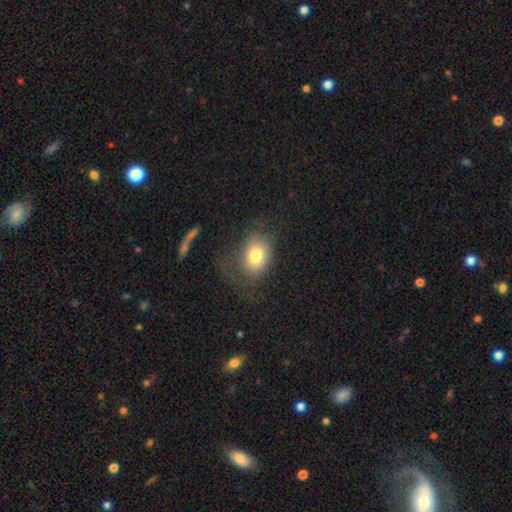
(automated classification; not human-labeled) Morphology: type=smooth (75%); roundness=in between (68%); merging=none (52%).